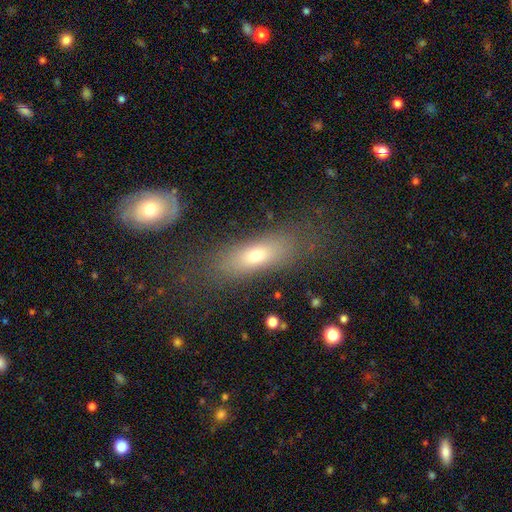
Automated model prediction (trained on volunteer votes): smooth-or-featured: smooth: 63% | featured or disk: 24% | star or artifact: 13%
  how-rounded: in between: 60% | cigar-shaped: 35% | round: 5%
  merging: none: 69% | minor disturbance: 16% | major disturbance: 10% | merger: 5%